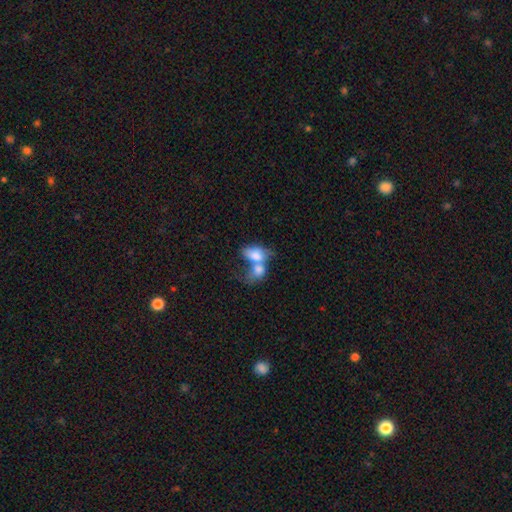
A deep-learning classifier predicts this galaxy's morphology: A smooth galaxy with no disk features (73%) that is in between round and cigar-shaped (84%).

Vote fractions:
- Smooth or featured? smooth: 73% / featured or disk: 19% / star or artifact: 8%
- How rounded? in between: 84% / round: 13% / cigar-shaped: 3%
- Merging? merger: 76% / none: 10% / major disturbance: 8% / minor disturbance: 6%